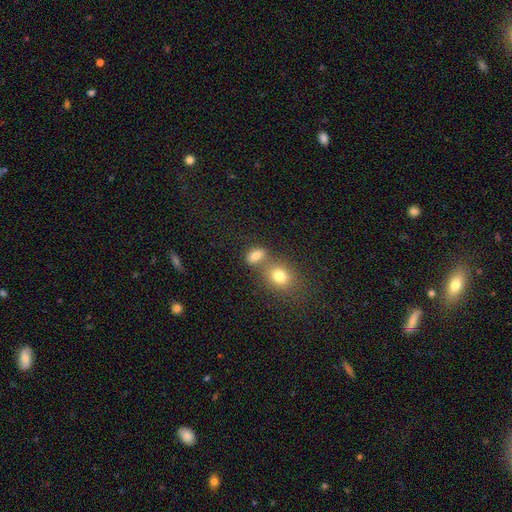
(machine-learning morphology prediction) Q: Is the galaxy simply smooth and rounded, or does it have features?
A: smooth — 77%.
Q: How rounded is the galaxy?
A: in between — 73%.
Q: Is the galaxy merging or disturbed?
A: none — 51%.